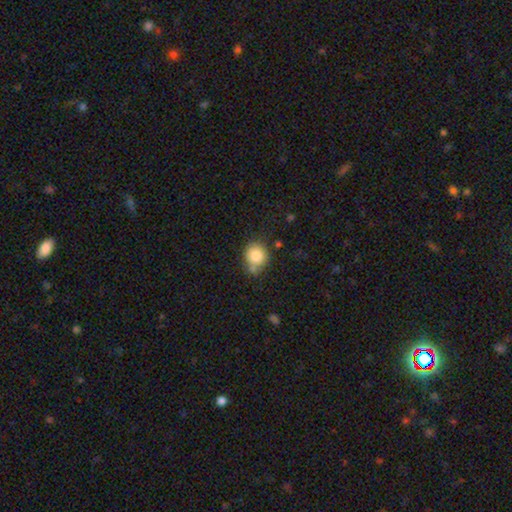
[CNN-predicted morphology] type=smooth (85%); roundness=round (81%); merging=none (64%).